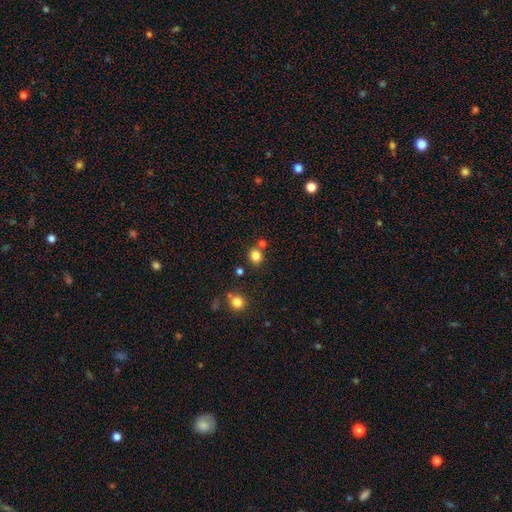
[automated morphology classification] smooth_or_featured: smooth (p=0.83) [alt: star or artifact p=0.12]
how_rounded: round (p=0.76) [alt: in between p=0.23]
merging: none (p=0.74) [alt: merger p=0.14]